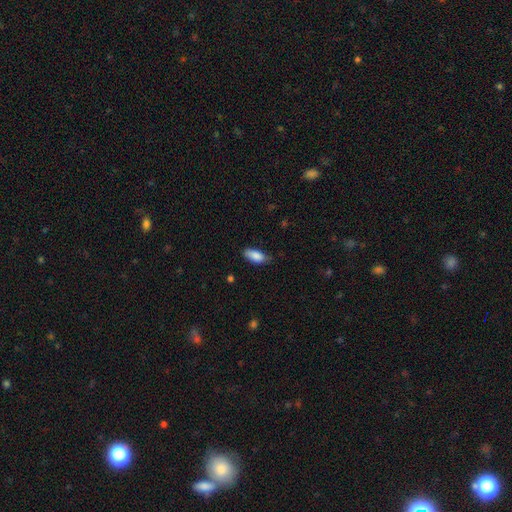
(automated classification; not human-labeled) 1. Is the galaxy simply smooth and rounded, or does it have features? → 87% smooth, 7% featured or disk, 7% star or artifact.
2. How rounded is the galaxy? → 85% in between, 13% cigar-shaped, 2% round.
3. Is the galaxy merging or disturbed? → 69% none, 26% minor disturbance, 4% major disturbance, 1% merger.